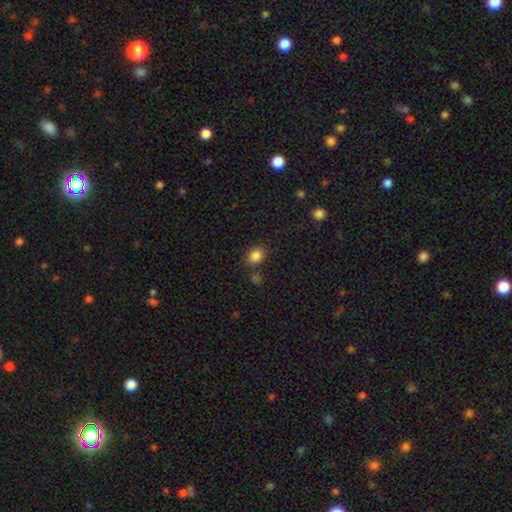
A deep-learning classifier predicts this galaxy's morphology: A smooth galaxy with no disk features (84%) that is round (61%).

Vote fractions:
- Smooth or featured? smooth: 84% / star or artifact: 11% / featured or disk: 5%
- How rounded? round: 61% / in between: 38% / cigar-shaped: 1%
- Merging? none: 77% / minor disturbance: 13% / merger: 7% / major disturbance: 4%